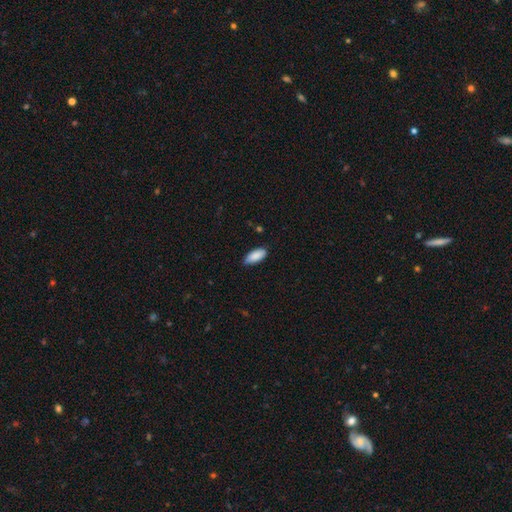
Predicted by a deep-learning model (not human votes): Smooth or featured: smooth — 89% (star or artifact — 6%)
How rounded: in between — 89% (cigar-shaped — 10%)
Merging: none — 78% (minor disturbance — 19%)